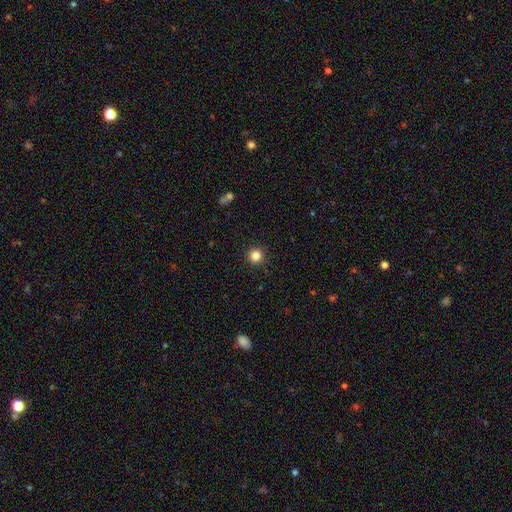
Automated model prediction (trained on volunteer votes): Smooth or featured: smooth — 83% (star or artifact — 12%)
How rounded: round — 96% (in between — 3%)
Merging: none — 93% (minor disturbance — 4%)